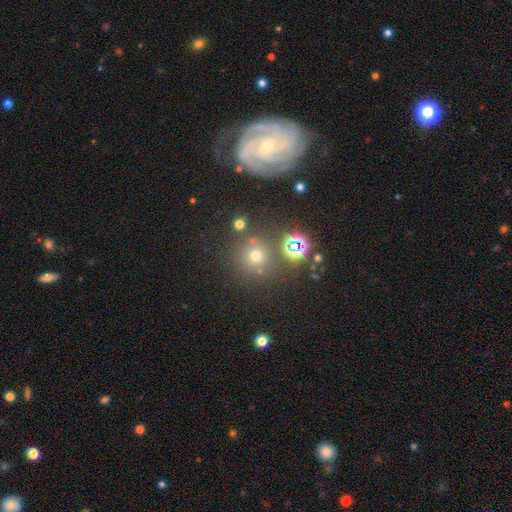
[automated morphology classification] smooth-or-featured: smooth: 62% | star or artifact: 28% | featured or disk: 9%
  how-rounded: round: 93% | in between: 6% | cigar-shaped: 1%
  merging: none: 76% | minor disturbance: 10% | merger: 9% | major disturbance: 5%